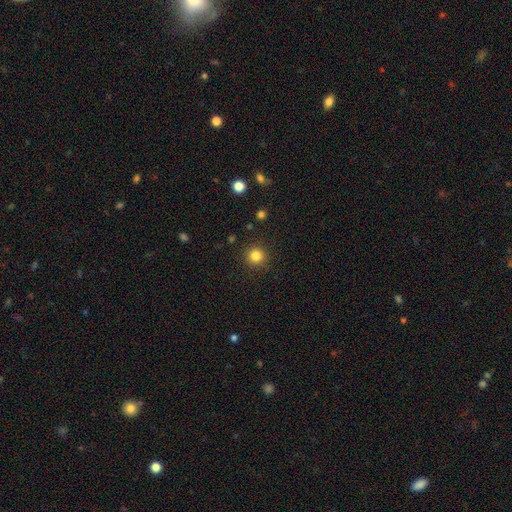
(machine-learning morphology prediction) This appears to be a smooth galaxy with no disk features (83%) that is round (94%). Merging: none (90%).